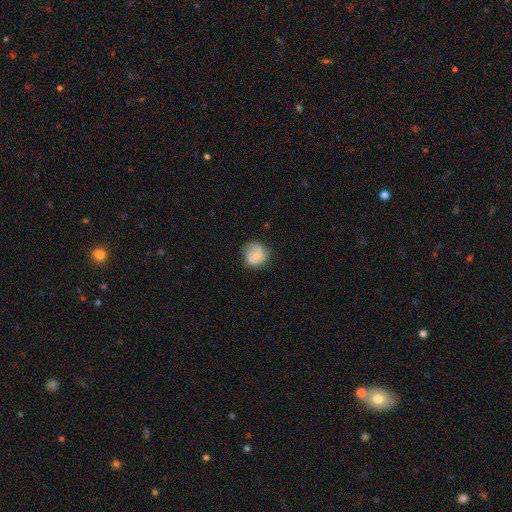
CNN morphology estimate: The model was most divided on "merging": none: 56%, minor disturbance: 25%, major disturbance: 10%, merger: 10%. More confident: how rounded — round (81%); smooth or featured — smooth (67%).